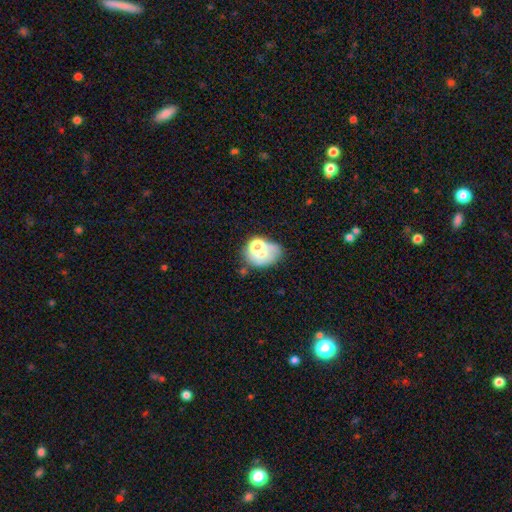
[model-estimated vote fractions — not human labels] This is possibly a smooth galaxy (56%). How rounded: likely in between (63%). Merging: marginally none (37%).